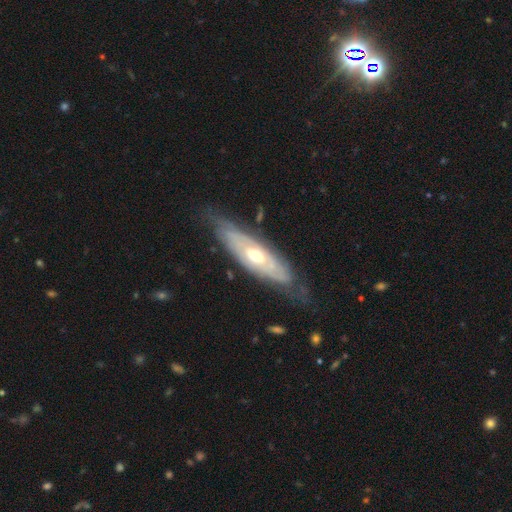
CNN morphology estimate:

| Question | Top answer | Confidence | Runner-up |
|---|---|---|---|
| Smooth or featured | featured or disk | 73% | smooth (22%) |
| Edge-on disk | no | 69% | yes (31%) |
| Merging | none | 71% | minor disturbance (20%) |